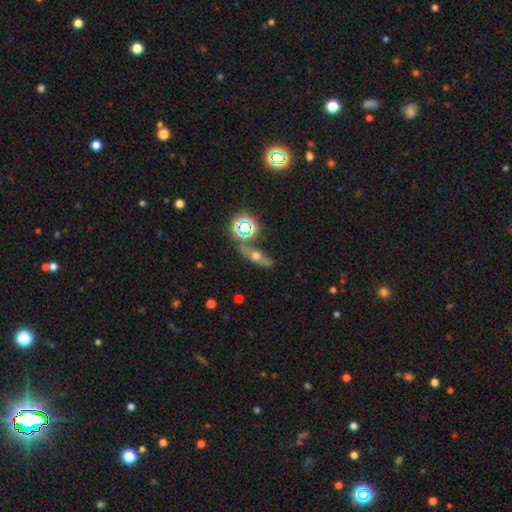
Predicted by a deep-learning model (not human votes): Smooth or featured: featured or disk — 39% (smooth — 37%)
Merging: none — 72% (minor disturbance — 15%)